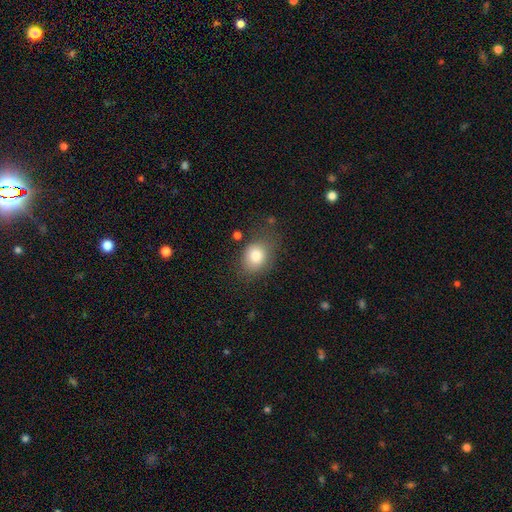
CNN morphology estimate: Smooth or featured? smooth (80%)
How rounded? in between (51%)
Merging? none (66%)